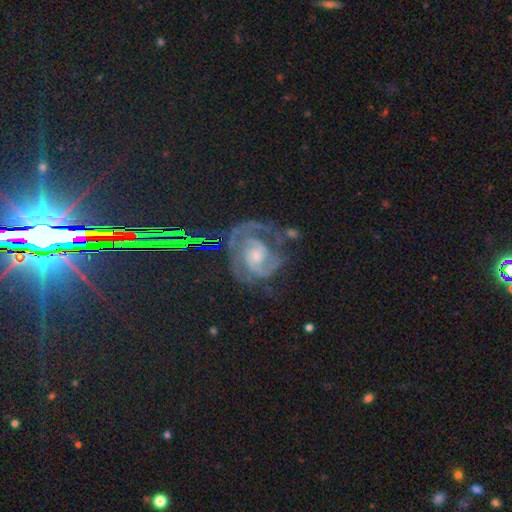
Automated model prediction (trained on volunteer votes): A featured or disk galaxy (77%) with no bar (65%), 2 (52%) tight (51%) spiral arms (93%) and a small central bulge (59%).

Vote fractions:
- Smooth or featured? featured or disk: 77% / star or artifact: 14% / smooth: 10%
- Edge-on disk? no: 98% / yes: 2%
- Bar? no: 65% / weak: 28% / strong: 7%
- Spiral arms? yes: 93% / no: 7%
- Spiral winding? tight: 51% / medium: 39% / loose: 10%
- Spiral arm count? 2: 52% / can't tell: 20% / 3: 12% / 1: 7% / 4: 5% / more than 4: 4%
- Bulge size? small: 59% / moderate: 33% / large: 4% / none: 3% / dominant: 1%
- Merging? none: 55% / minor disturbance: 22% / major disturbance: 20% / merger: 4%